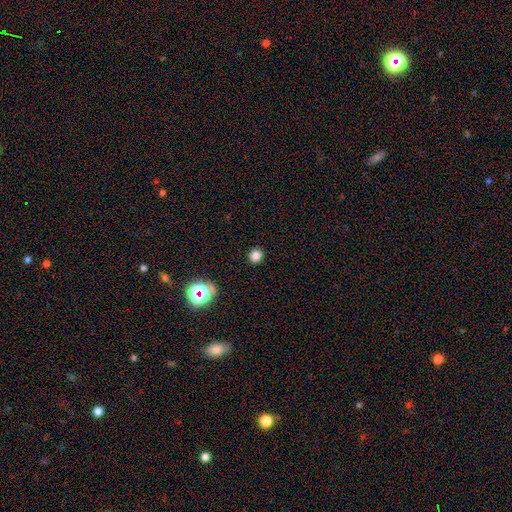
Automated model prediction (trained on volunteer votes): smooth 81%, star or artifact 15%, featured or disk 4%. Down the decision tree: how rounded — round (85%); merging — none (91%).